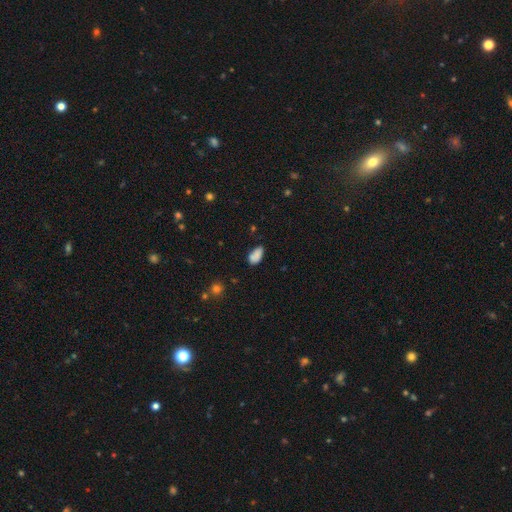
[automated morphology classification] This is clearly a smooth galaxy (82%). How rounded: clearly in between (91%). Merging: likely none (61%).